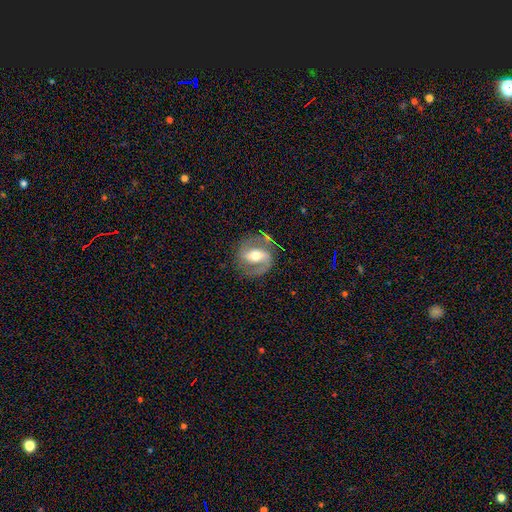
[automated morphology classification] Smooth or featured? Predicted: featured or disk (p=0.85). Edge-on disk? Predicted: no (p=0.97). Bar? Predicted: weak (p=0.39). Spiral arms? Predicted: yes (p=0.94). Spiral winding? Predicted: medium (p=0.56). Spiral arm count? Predicted: 2 (p=0.89). Bulge size? Predicted: moderate (p=0.70). Merging? Predicted: none (p=0.77).